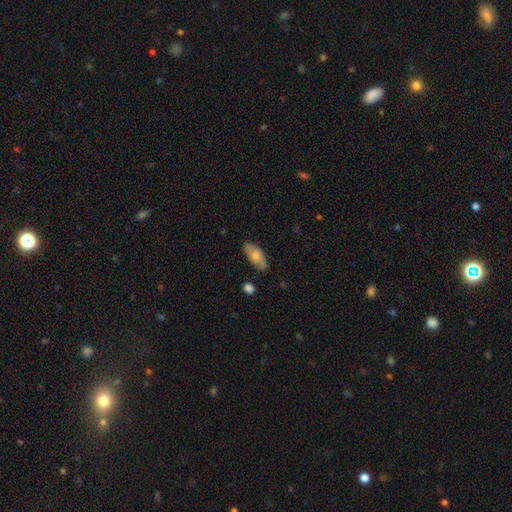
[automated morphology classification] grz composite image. It shows a smooth galaxy with no disk features (72%) that is in between round and cigar-shaped (84%). Merging: none (77%).